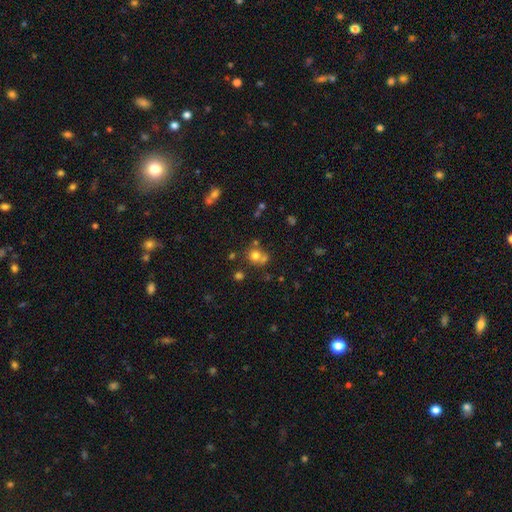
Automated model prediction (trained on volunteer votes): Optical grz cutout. It shows a smooth galaxy with no disk features (71%) that is round (85%). Merging: none (53%).